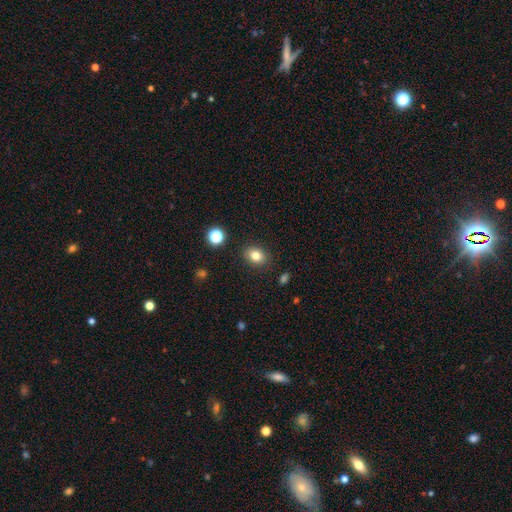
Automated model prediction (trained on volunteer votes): smooth_or_featured: smooth (p=0.81) [alt: star or artifact p=0.11]
how_rounded: in between (p=0.53) [alt: round p=0.46]
merging: none (p=0.87) [alt: minor disturbance p=0.09]